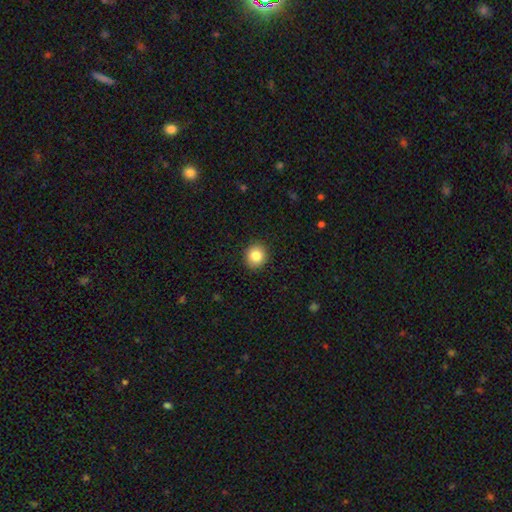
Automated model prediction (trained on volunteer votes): A smooth galaxy with no disk features (84%) that is round (83%).

Vote fractions:
- Smooth or featured? smooth: 84% / star or artifact: 9% / featured or disk: 7%
- How rounded? round: 83% / in between: 16% / cigar-shaped: 1%
- Merging? none: 91% / minor disturbance: 6% / major disturbance: 2% / merger: 1%